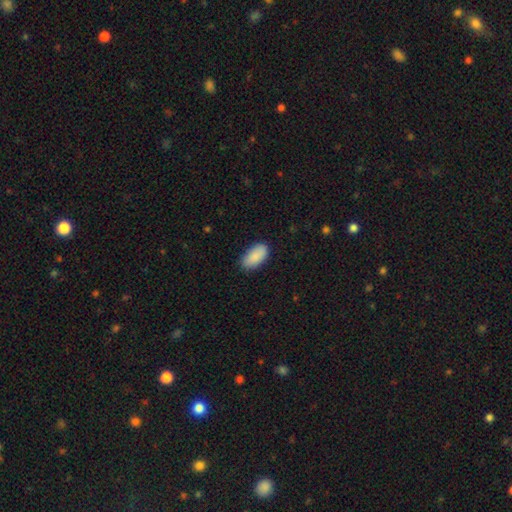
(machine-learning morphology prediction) A smooth galaxy with no disk features (89%) that is in between round and cigar-shaped (94%). Merging: none (81%).